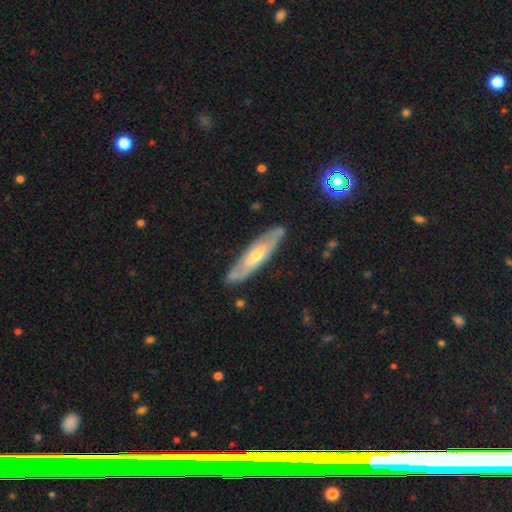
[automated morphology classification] A featured or disk galaxy (67%). Merging: none (84%).